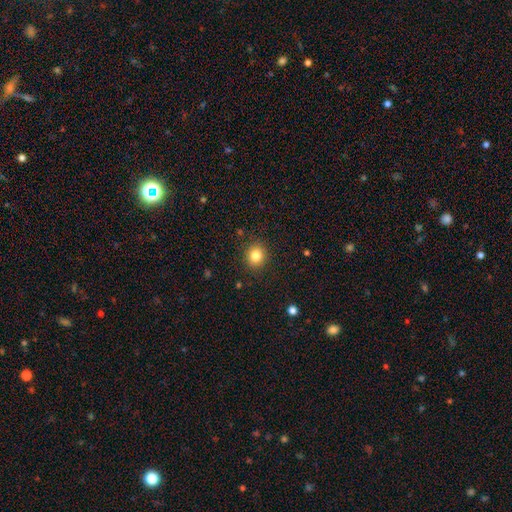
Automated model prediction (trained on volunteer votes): Smooth or featured: smooth — 83% (star or artifact — 11%)
How rounded: round — 81% (in between — 18%)
Merging: none — 89% (minor disturbance — 7%)